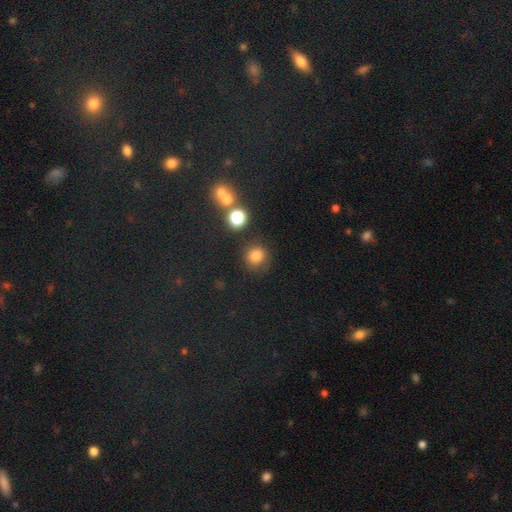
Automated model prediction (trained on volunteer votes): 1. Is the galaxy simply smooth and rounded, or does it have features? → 78% smooth, 15% star or artifact, 7% featured or disk.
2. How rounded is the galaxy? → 87% round, 12% in between, 1% cigar-shaped.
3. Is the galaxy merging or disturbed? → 76% none, 13% minor disturbance, 5% major disturbance, 5% merger.